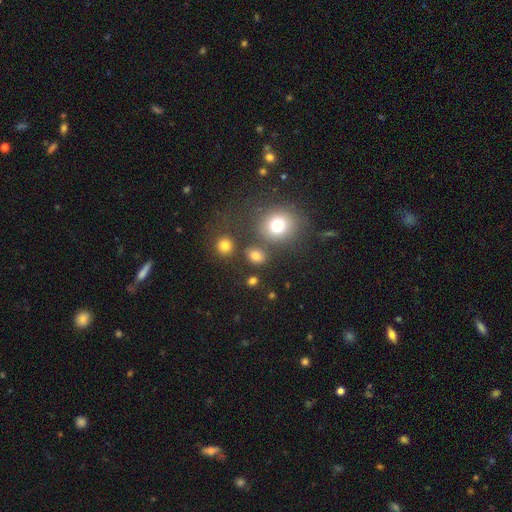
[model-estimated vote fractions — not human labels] This is likely a smooth galaxy (76%). How rounded: possibly round (51%). Merging: likely none (75%).